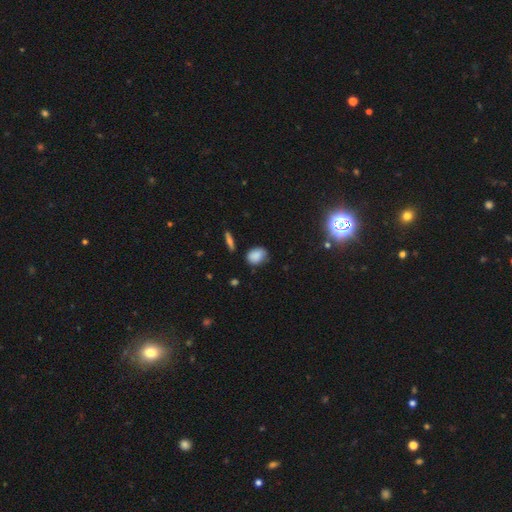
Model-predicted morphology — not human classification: type=smooth (82%); roundness=in between (67%); merging=none (62%).